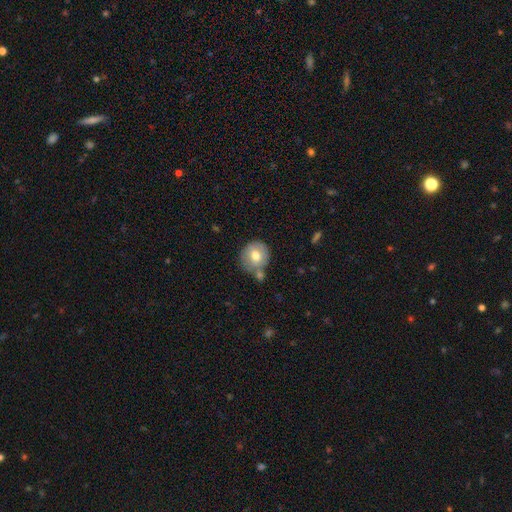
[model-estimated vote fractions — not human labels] Smooth or featured? smooth (69%)
How rounded? round (87%)
Merging? none (57%)